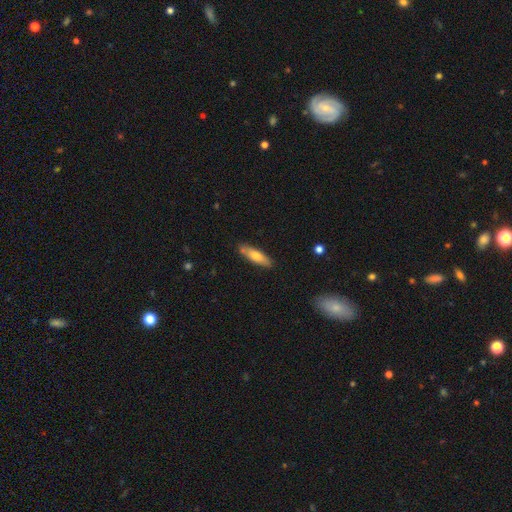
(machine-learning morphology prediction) Smooth or featured? Predicted: smooth (p=0.65). How rounded? Predicted: cigar-shaped (p=0.66). Merging? Predicted: none (p=0.83).